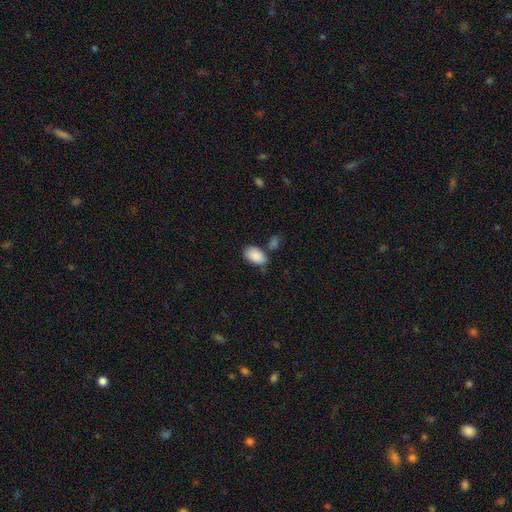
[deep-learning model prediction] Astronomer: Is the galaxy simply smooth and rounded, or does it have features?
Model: smooth — 89%.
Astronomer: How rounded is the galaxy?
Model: in between — 93%.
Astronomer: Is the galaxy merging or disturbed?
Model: none — 65%.